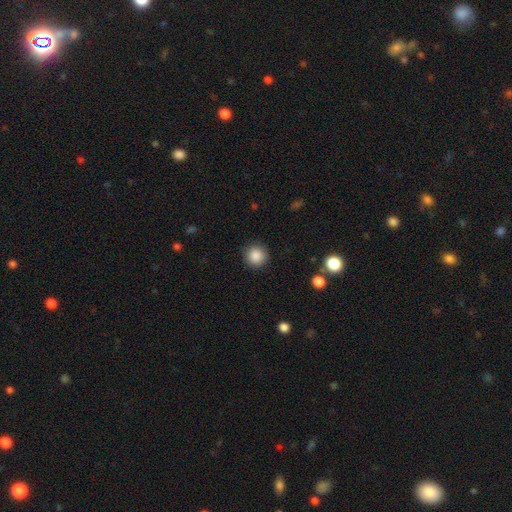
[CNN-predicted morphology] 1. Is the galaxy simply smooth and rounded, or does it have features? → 87% smooth, 9% star or artifact, 4% featured or disk.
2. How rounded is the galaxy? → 95% round, 4% in between, 1% cigar-shaped.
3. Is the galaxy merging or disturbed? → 90% none, 7% minor disturbance, 2% major disturbance, 1% merger.